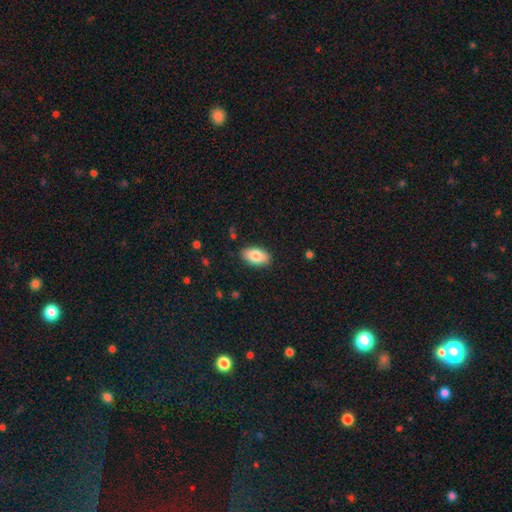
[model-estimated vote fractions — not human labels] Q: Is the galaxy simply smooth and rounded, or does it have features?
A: smooth — 82%.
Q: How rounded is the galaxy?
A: in between — 93%.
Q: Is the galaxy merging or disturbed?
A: none — 87%.